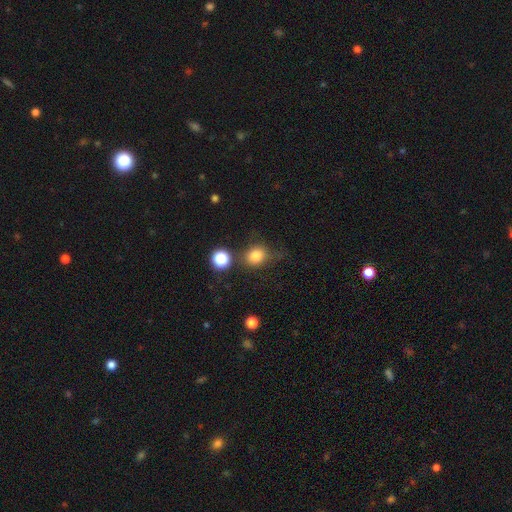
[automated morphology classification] The model was most divided on "how rounded": round: 67%, in between: 32%, cigar-shaped: 1%. More confident: smooth or featured — smooth (80%); merging — none (60%).